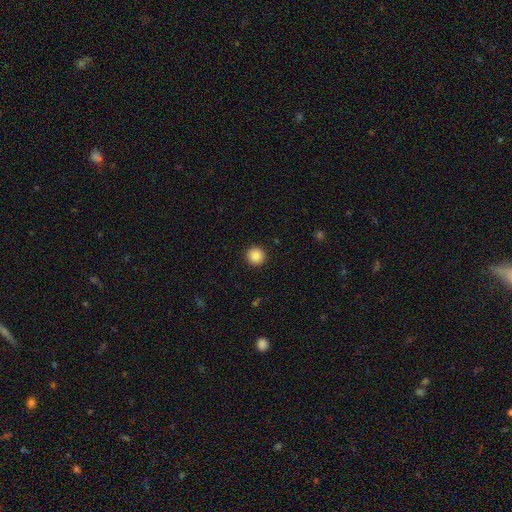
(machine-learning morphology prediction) Q: Smooth or featured?
A: smooth (87%); runner-up: star or artifact (9%)
Q: How rounded?
A: round (96%); runner-up: in between (3%)
Q: Merging?
A: none (93%); runner-up: minor disturbance (4%)